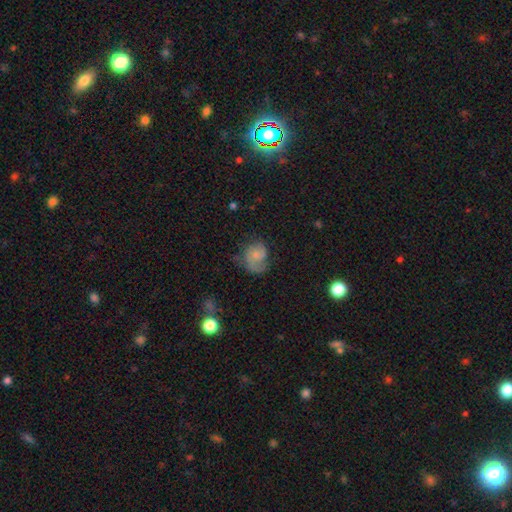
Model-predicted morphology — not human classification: Smooth or featured?
  - featured or disk: 50% *
  - smooth: 41%
  - star or artifact: 9%
Edge-on disk?
  - no: 98% *
  - yes: 2%
Merging?
  - none: 43% *
  - major disturbance: 28%
  - minor disturbance: 27%
  - merger: 2%